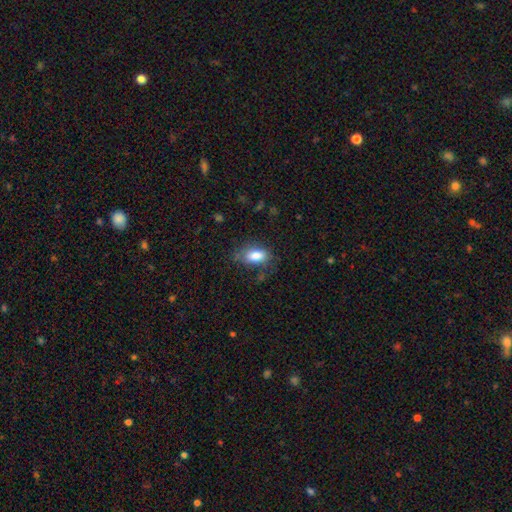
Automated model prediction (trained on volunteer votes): The model was most divided on "merging": none: 67%, minor disturbance: 22%, major disturbance: 8%, merger: 2%. More confident: how rounded — in between (90%); smooth or featured — smooth (83%).